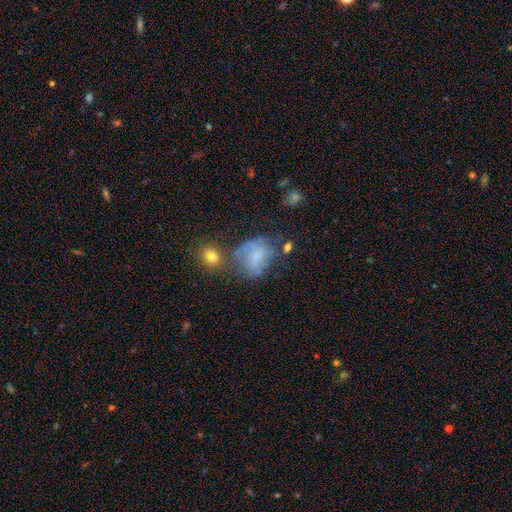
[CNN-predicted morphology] This appears to be a smooth galaxy with no disk features (49%). Merging: none (35%).